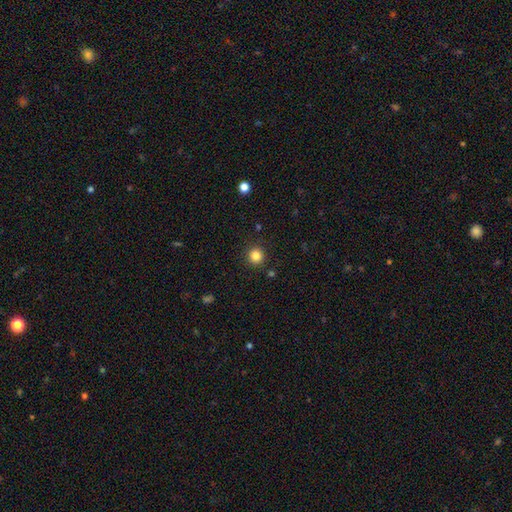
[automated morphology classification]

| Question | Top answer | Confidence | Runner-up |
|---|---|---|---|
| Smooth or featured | smooth | 83% | star or artifact (12%) |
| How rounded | round | 93% | in between (6%) |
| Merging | none | 91% | minor disturbance (6%) |